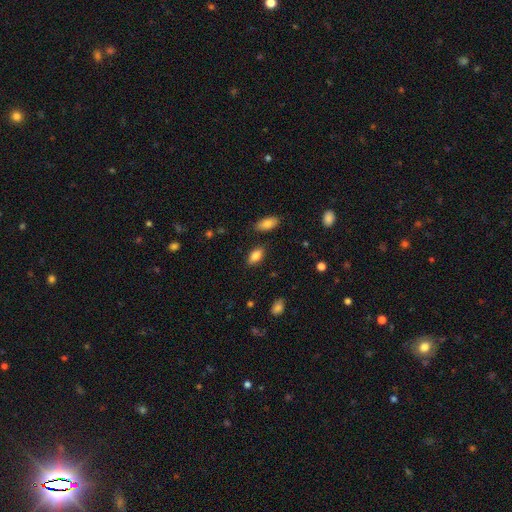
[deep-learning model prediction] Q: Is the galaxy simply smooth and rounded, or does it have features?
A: smooth — 83%.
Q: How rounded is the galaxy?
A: in between — 91%.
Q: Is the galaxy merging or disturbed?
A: none — 85%.